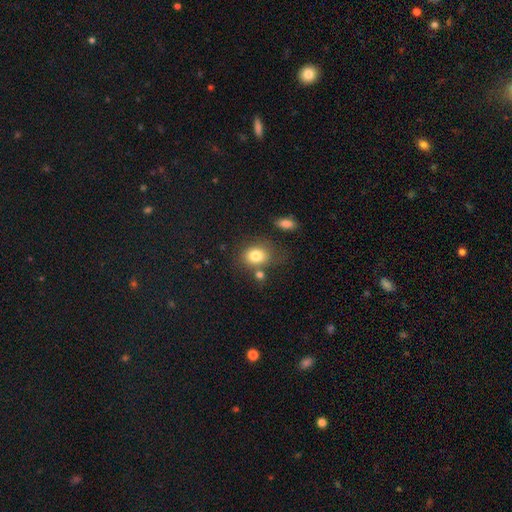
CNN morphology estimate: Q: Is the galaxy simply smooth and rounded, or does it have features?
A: smooth — 80%.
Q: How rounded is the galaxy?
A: round — 50%.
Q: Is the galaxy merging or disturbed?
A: none — 61%.